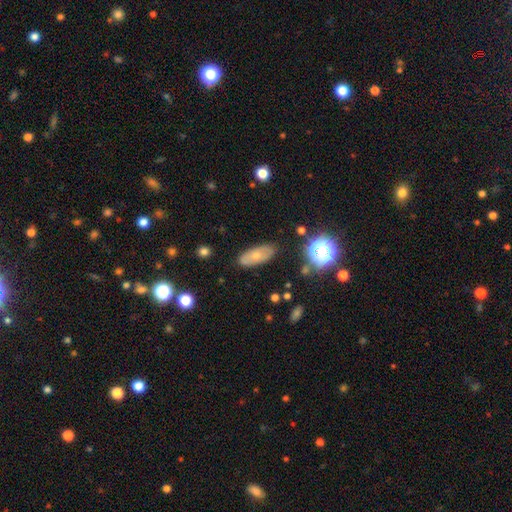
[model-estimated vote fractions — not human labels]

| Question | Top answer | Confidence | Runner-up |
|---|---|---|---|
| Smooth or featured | smooth | 56% | featured or disk (33%) |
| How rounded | in between | 81% | cigar-shaped (15%) |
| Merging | none | 81% | minor disturbance (14%) |